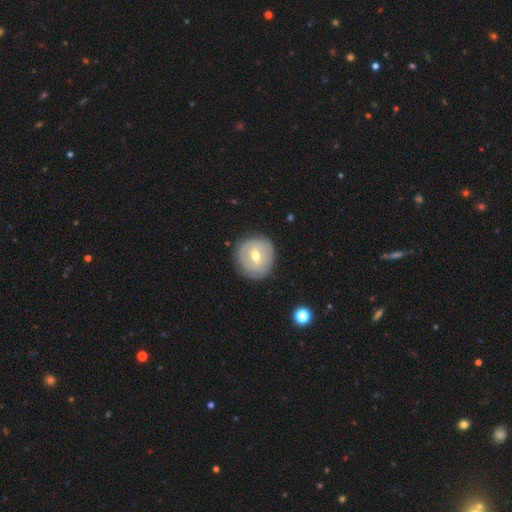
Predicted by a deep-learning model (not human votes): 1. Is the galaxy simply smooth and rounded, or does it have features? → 58% featured or disk, 36% smooth, 6% star or artifact.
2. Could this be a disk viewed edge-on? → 96% no, 4% yes.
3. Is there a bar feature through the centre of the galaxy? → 51% weak, 35% no, 13% strong.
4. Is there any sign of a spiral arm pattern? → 61% yes, 39% no.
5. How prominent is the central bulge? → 69% moderate, 26% small, 3% large, 1% none, 1% dominant.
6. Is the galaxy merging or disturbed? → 80% none, 15% minor disturbance, 4% major disturbance, 1% merger.